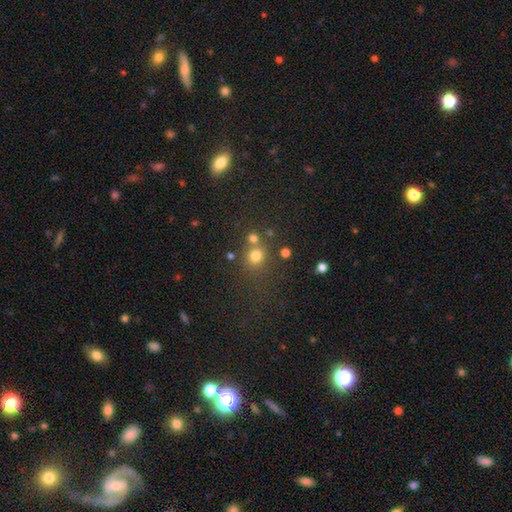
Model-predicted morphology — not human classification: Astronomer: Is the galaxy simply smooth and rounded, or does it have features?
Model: smooth — 74%.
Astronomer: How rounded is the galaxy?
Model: round — 87%.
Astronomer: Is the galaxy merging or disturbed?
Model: none — 63%.